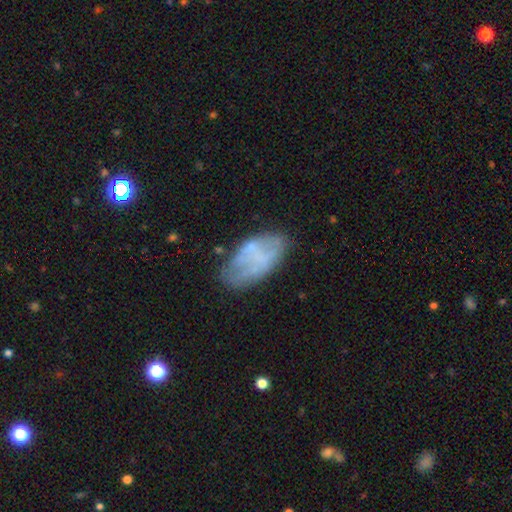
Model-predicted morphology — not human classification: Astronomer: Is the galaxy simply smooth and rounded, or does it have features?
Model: featured or disk — 48% (runner-up: smooth, 43%).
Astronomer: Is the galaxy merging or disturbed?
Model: none — 57%.